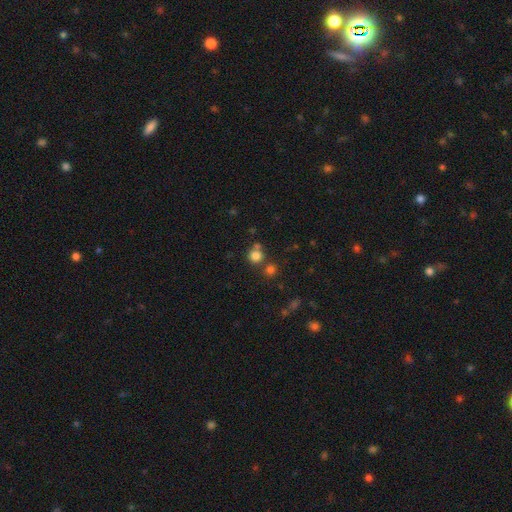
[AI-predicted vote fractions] Morphology: type=smooth (78%); roundness=round (90%); merging=none (61%).